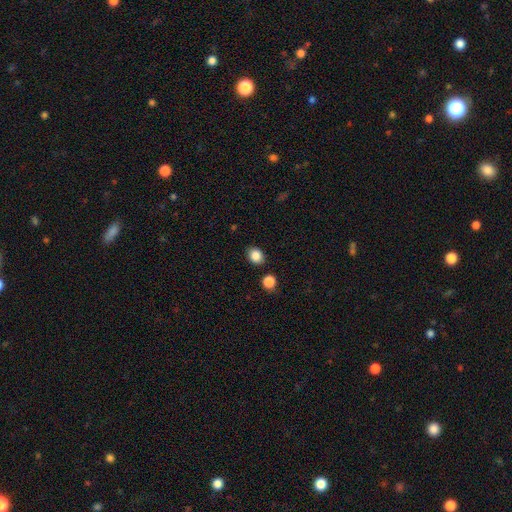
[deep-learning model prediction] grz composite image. It shows a smooth galaxy with no disk features (86%) that is round (52%). Merging: none (84%).